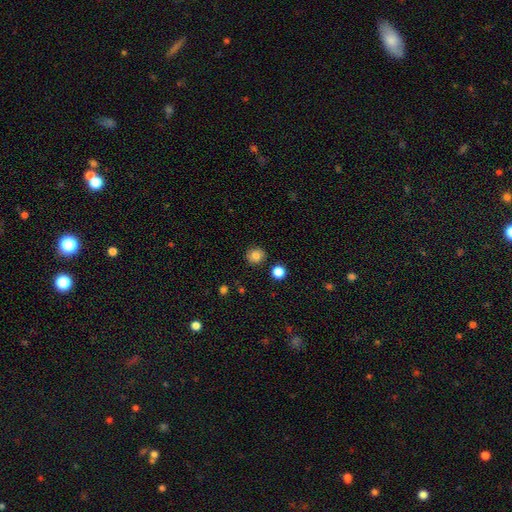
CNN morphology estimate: Overall: smooth (82%). How rounded: round (88%). Merging: none (87%).